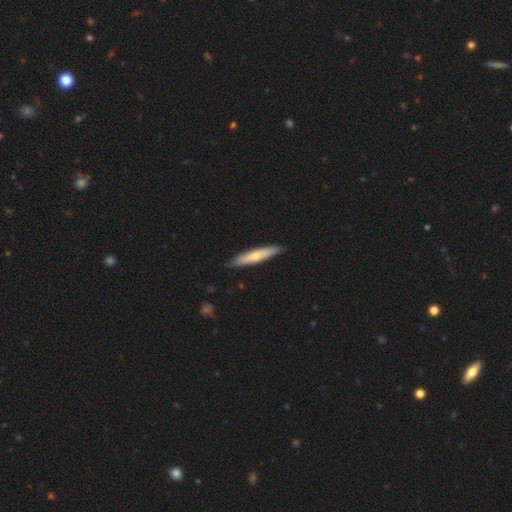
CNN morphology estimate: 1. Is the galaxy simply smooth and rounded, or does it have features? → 59% smooth, 36% featured or disk, 5% star or artifact.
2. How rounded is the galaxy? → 89% cigar-shaped, 9% in between, 1% round.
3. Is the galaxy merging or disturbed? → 88% none, 9% minor disturbance, 1% major disturbance, 1% merger.